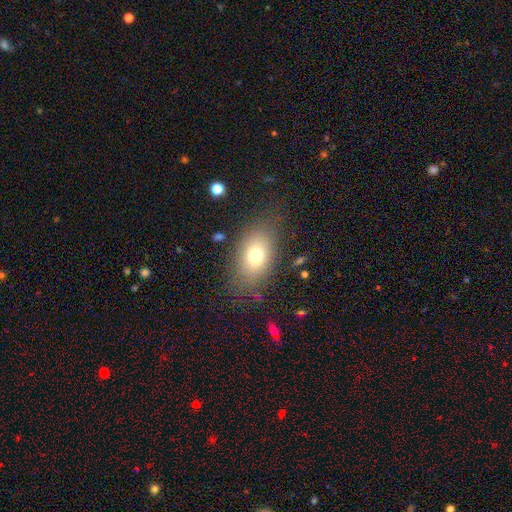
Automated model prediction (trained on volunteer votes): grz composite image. It shows a smooth galaxy with no disk features (73%) that is in between round and cigar-shaped (83%). Merging: none (74%).